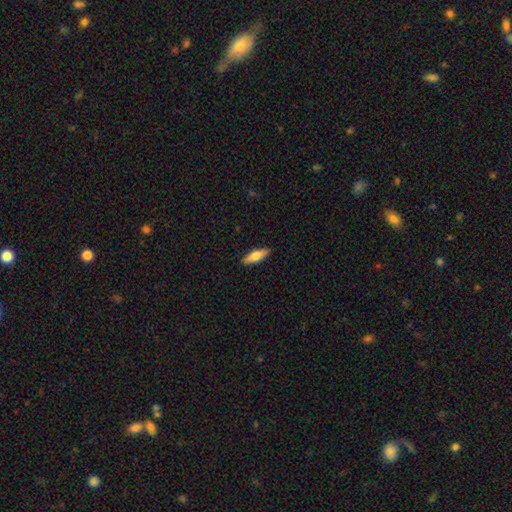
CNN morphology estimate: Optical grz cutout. It shows a smooth galaxy with no disk features (63%) that is in between round and cigar-shaped (51%). Merging: none (90%).